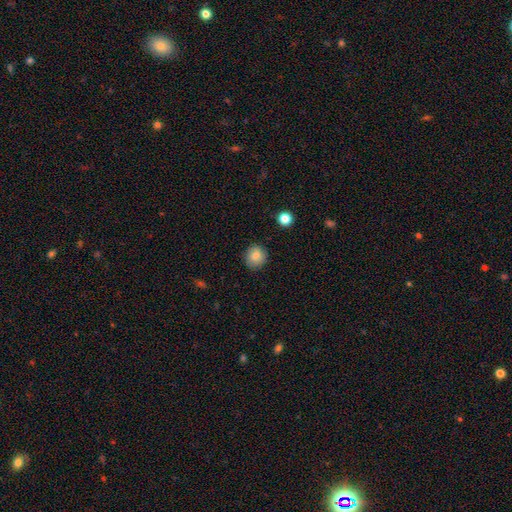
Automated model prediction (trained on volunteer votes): smooth_or_featured: smooth (p=0.83) [alt: star or artifact p=0.09]
how_rounded: round (p=0.88) [alt: in between p=0.11]
merging: none (p=0.88) [alt: minor disturbance p=0.09]